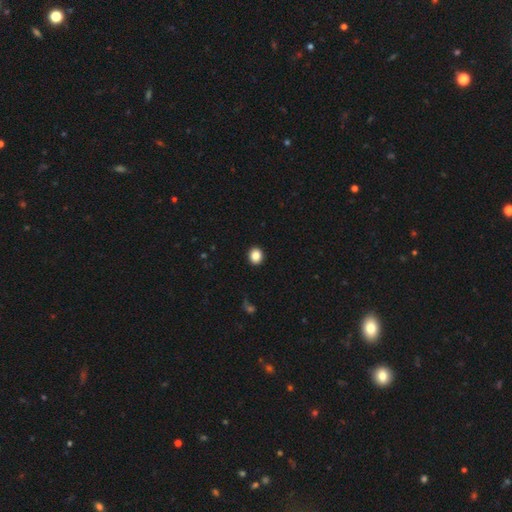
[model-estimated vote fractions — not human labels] Smooth or featured? Predicted: smooth (p=0.86). How rounded? Predicted: round (p=0.73). Merging? Predicted: none (p=0.92).